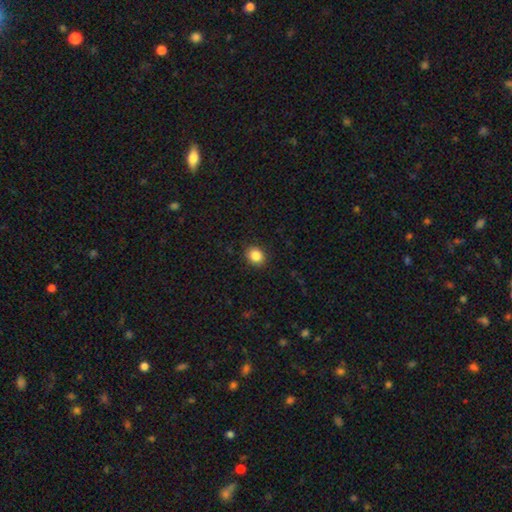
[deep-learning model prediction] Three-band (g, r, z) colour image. It shows a smooth galaxy with no disk features (85%) that is round (65%). Merging: none (89%).